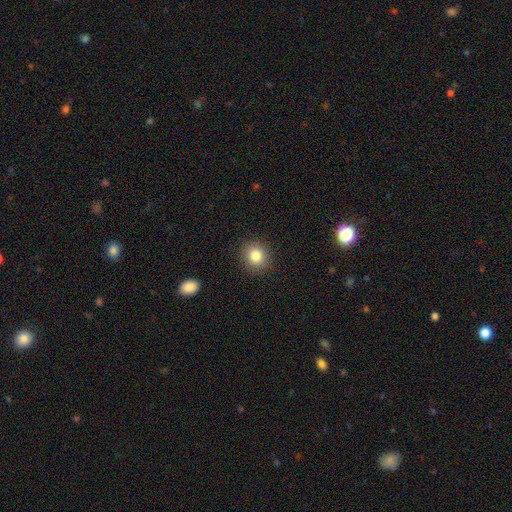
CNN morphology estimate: Smooth or featured? smooth (83%)
How rounded? round (88%)
Merging? none (90%)